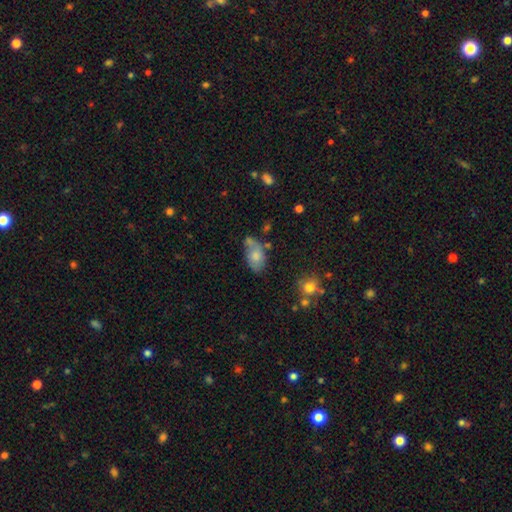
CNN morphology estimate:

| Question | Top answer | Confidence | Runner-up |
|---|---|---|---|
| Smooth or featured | smooth | 66% | featured or disk (25%) |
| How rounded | in between | 90% | round (7%) |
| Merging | none | 44% | minor disturbance (32%) |